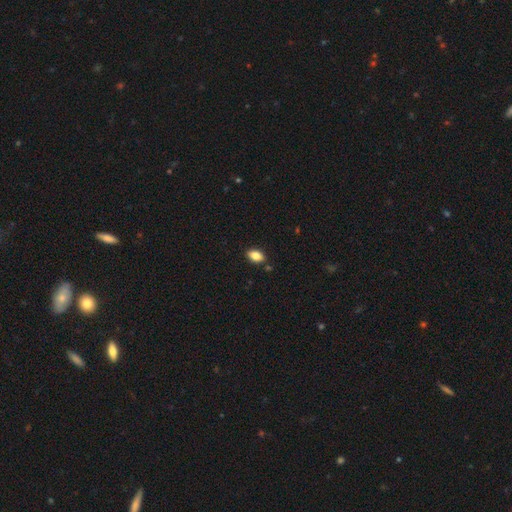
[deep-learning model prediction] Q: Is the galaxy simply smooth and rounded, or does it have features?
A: smooth — 85%.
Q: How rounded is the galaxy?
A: in between — 88%.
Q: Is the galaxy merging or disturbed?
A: none — 86%.